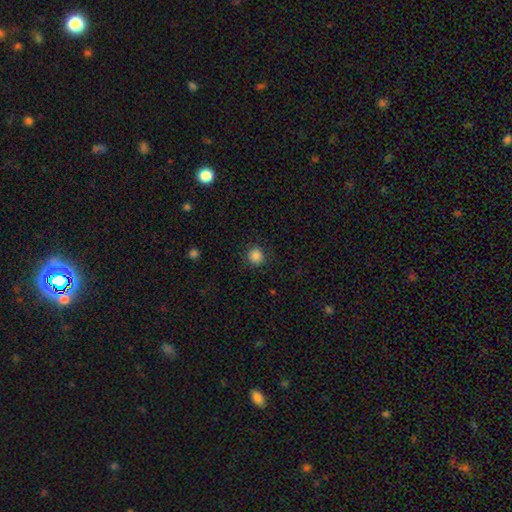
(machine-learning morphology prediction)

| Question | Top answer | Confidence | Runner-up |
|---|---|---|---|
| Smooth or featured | smooth | 86% | star or artifact (11%) |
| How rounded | round | 91% | in between (8%) |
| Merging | none | 88% | minor disturbance (8%) |